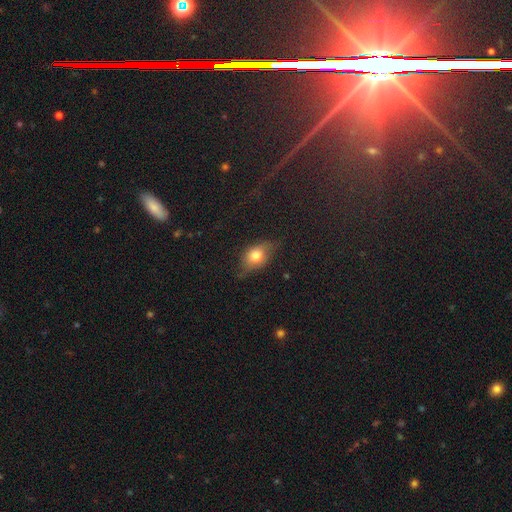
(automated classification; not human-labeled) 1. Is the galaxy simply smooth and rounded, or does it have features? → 69% smooth, 20% featured or disk, 10% star or artifact.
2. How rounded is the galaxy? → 74% in between, 21% round, 5% cigar-shaped.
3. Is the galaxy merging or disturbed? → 60% none, 28% minor disturbance, 10% major disturbance, 2% merger.